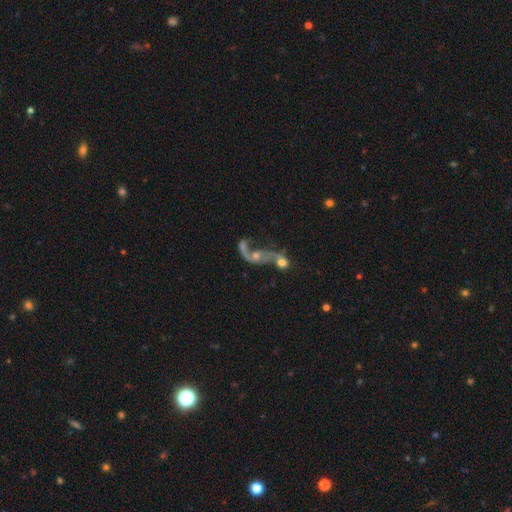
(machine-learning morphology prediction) Smooth or featured?
  - featured or disk: 70% *
  - smooth: 17%
  - star or artifact: 13%
Edge-on disk?
  - no: 94% *
  - yes: 6%
Bar?
  - no: 68% *
  - weak: 24%
  - strong: 7%
Spiral arms?
  - yes: 73% *
  - no: 27%
Bulge size?
  - small: 41% *
  - moderate: 38%
  - none: 13%
  - large: 5%
  - dominant: 2%
Merging?
  - merger: 55% *
  - none: 20%
  - major disturbance: 17%
  - minor disturbance: 8%